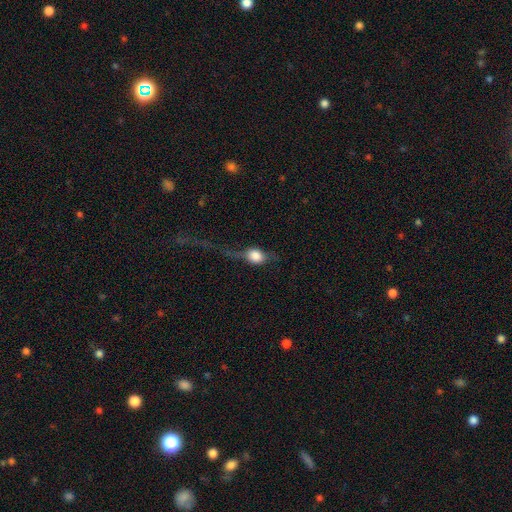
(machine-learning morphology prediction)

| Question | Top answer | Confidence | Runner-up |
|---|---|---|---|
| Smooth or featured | smooth | 66% | featured or disk (24%) |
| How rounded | round | 50% | in between (45%) |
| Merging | major disturbance | 46% | none (27%) |